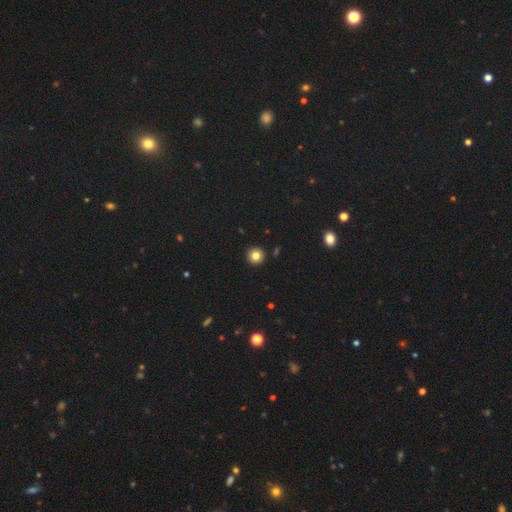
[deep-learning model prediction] A smooth galaxy with no disk features (83%) that is round (96%). Merging: none (93%).